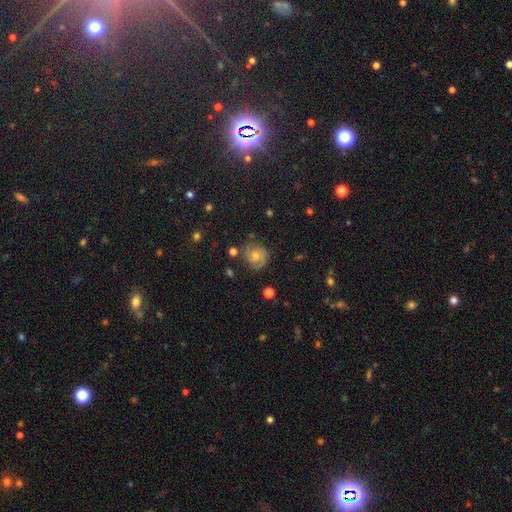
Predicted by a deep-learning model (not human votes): Smooth or featured?
  - featured or disk: 49% *
  - smooth: 31%
  - star or artifact: 21%
Merging?
  - none: 76% *
  - minor disturbance: 16%
  - major disturbance: 6%
  - merger: 2%